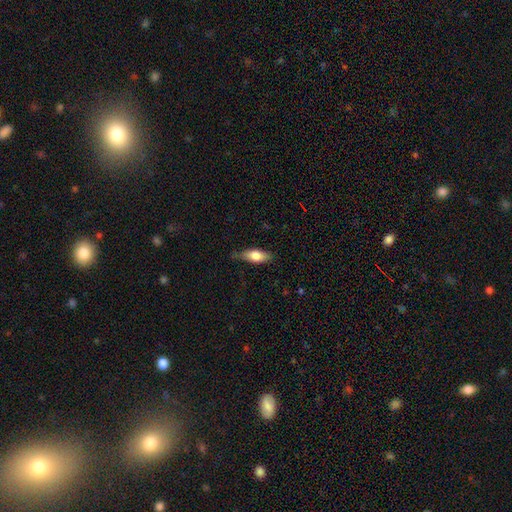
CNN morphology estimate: This is likely a smooth galaxy (71%). How rounded: likely in between (69%). Merging: likely none (71%).